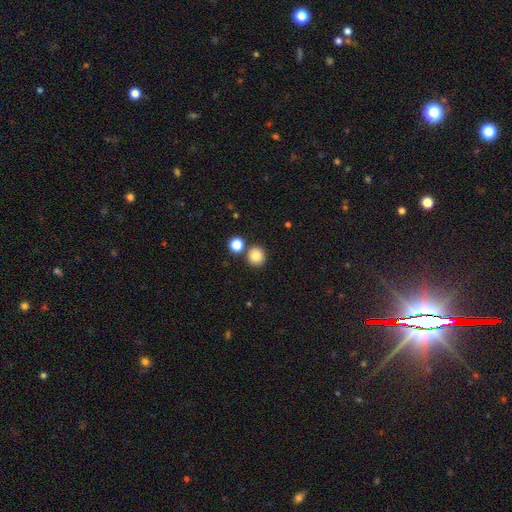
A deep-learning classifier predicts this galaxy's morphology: The model was most divided on "merging": none: 79%, merger: 11%, minor disturbance: 7%, major disturbance: 2%. More confident: how rounded — round (91%); smooth or featured — smooth (84%).